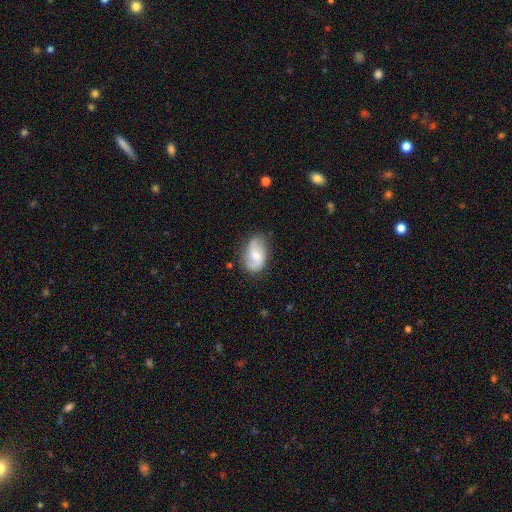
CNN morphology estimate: Smooth or featured: featured or disk — 64% (smooth — 29%)
Edge-on disk: no — 97% (yes — 3%)
Bar: weak — 50% (no — 39%)
Spiral arms: yes — 91% (no — 9%)
Spiral winding: loose — 50% (medium — 37%)
Spiral arm count: 2 — 83% (1 — 8%)
Bulge size: moderate — 48% (small — 34%)
Merging: none — 67% (minor disturbance — 23%)